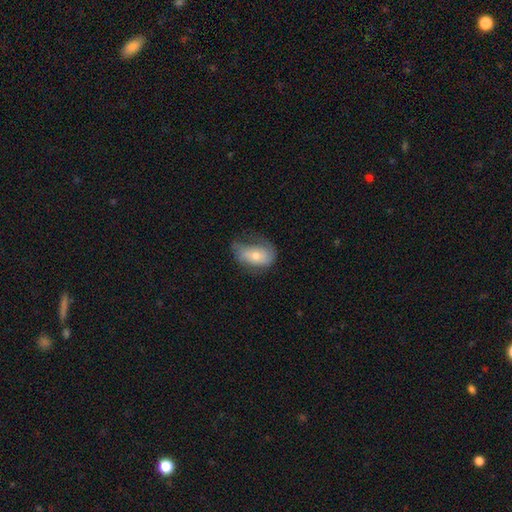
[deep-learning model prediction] smooth 51%, featured or disk 41%, star or artifact 8%. Down the decision tree: how rounded — in between (83%); merging — none (36%).